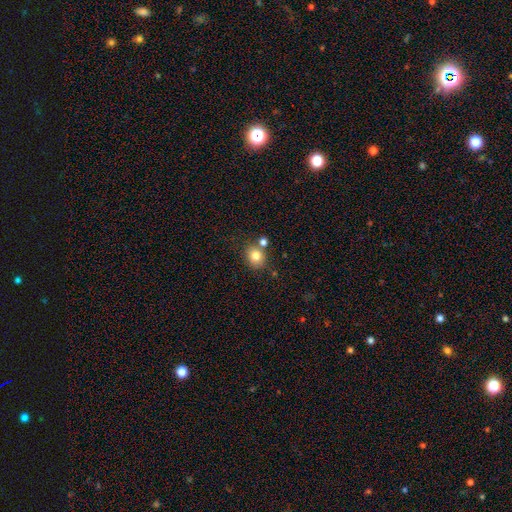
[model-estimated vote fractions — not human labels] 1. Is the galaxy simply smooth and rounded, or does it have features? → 81% smooth, 11% star or artifact, 8% featured or disk.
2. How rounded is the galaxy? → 73% round, 26% in between, 1% cigar-shaped.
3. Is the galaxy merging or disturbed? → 69% none, 16% merger, 11% minor disturbance, 3% major disturbance.